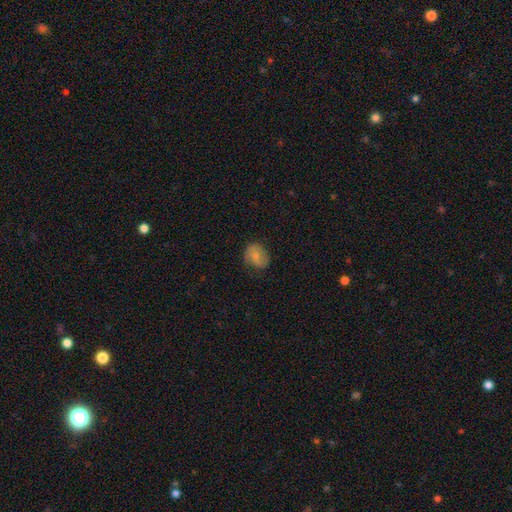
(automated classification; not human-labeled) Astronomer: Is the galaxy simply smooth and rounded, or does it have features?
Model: smooth — 61%.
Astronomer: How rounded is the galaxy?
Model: round — 57% (runner-up: in between, 42%).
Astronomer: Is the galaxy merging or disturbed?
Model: none — 65%.